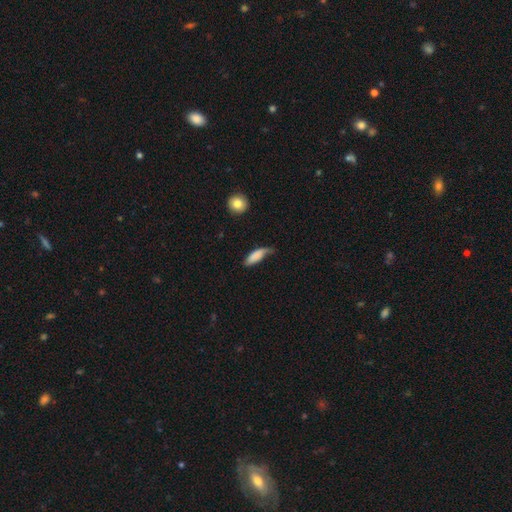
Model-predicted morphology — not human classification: A smooth galaxy with no disk features (77%) that is in between round and cigar-shaped (68%).

Vote fractions:
- Smooth or featured? smooth: 77% / featured or disk: 16% / star or artifact: 7%
- How rounded? in between: 68% / cigar-shaped: 29% / round: 3%
- Merging? minor disturbance: 40% / none: 35% / major disturbance: 21% / merger: 3%